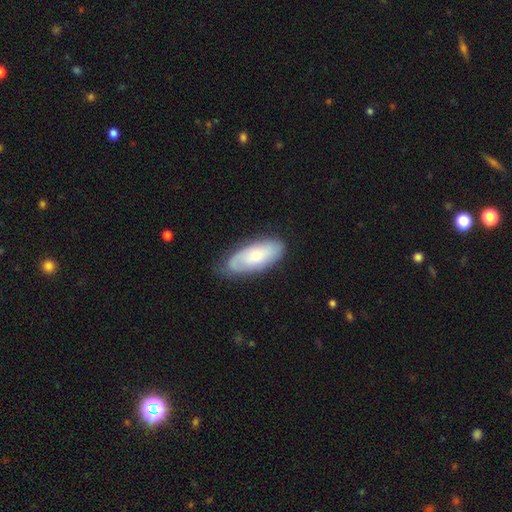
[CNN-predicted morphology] smooth_or_featured: smooth (p=0.51) [alt: featured or disk p=0.43]
how_rounded: in between (p=0.86) [alt: cigar-shaped p=0.12]
merging: none (p=0.71) [alt: minor disturbance p=0.22]